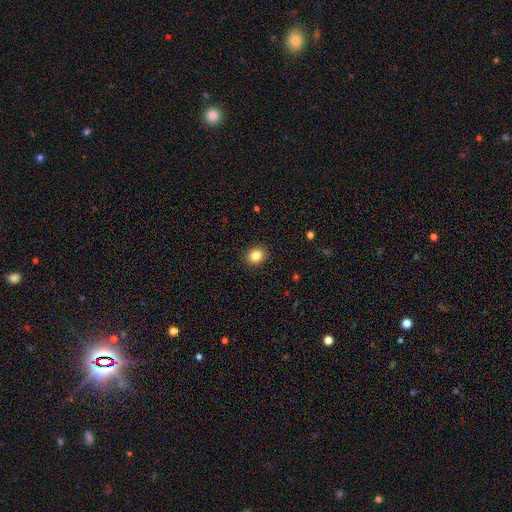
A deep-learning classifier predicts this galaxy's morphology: This is clearly a smooth galaxy (83%). How rounded: likely round (69%). Merging: clearly none (91%).